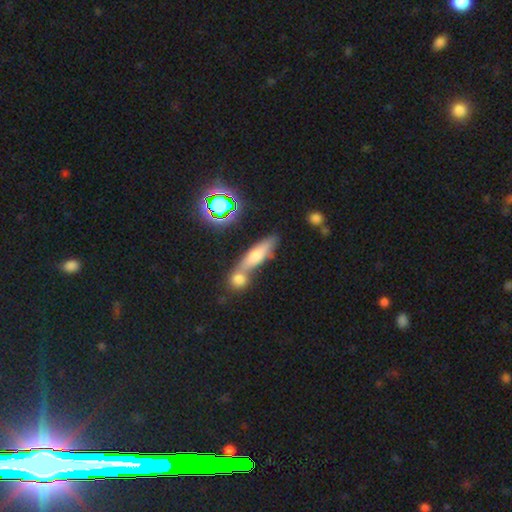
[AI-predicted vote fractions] Smooth or featured? Predicted: smooth (p=0.55). How rounded? Predicted: cigar-shaped (p=0.57). Merging? Predicted: none (p=0.47).